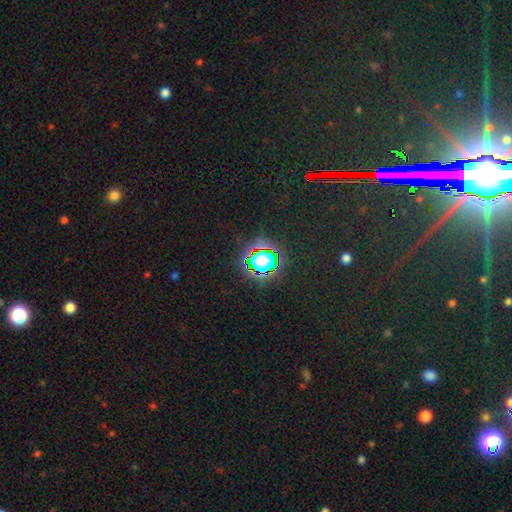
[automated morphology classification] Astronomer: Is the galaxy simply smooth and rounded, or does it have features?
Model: star or artifact — 81%.